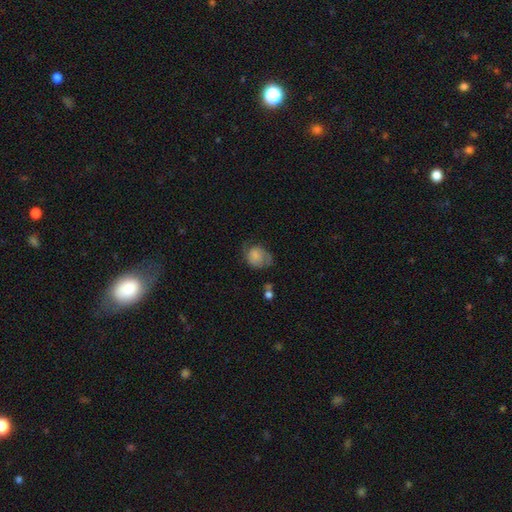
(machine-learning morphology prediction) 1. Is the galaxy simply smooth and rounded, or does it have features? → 57% smooth, 35% featured or disk, 8% star or artifact.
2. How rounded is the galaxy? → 55% round, 44% in between, 1% cigar-shaped.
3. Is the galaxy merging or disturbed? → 41% none, 31% minor disturbance, 25% major disturbance, 3% merger.